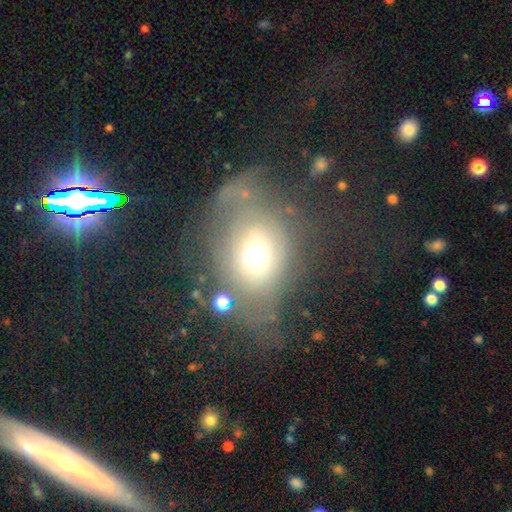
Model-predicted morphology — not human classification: Smooth or featured? smooth (56%)
How rounded? round (50%)
Merging? none (35%, tied with major disturbance)